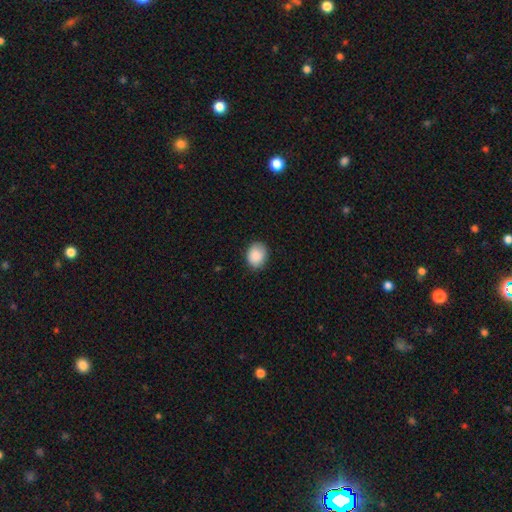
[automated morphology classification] Smooth or featured? smooth (89%)
How rounded? in between (54%)
Merging? none (81%)